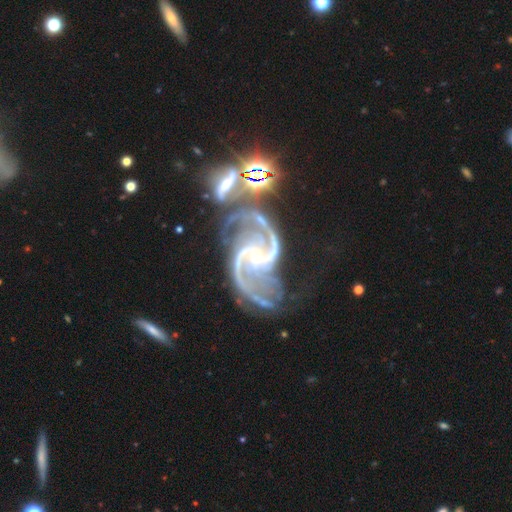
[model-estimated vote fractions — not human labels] Smooth or featured?
  - featured or disk: 94% *
  - star or artifact: 5%
  - smooth: 2%
Edge-on disk?
  - no: 98% *
  - yes: 2%
Bar?
  - weak: 39% *
  - no: 36%
  - strong: 24%
Spiral arms?
  - yes: 99% *
  - no: 1%
Spiral winding?
  - medium: 55% *
  - loose: 29%
  - tight: 16%
Spiral arm count?
  - 2: 72% *
  - 3: 11%
  - can't tell: 5%
  - 4: 4%
  - 1: 4%
  - more than 4: 4%
Bulge size?
  - small: 69% *
  - moderate: 27%
  - none: 2%
  - large: 1%
  - dominant: 1%
Merging?
  - none: 35% *
  - merger: 25%
  - minor disturbance: 20%
  - major disturbance: 20%